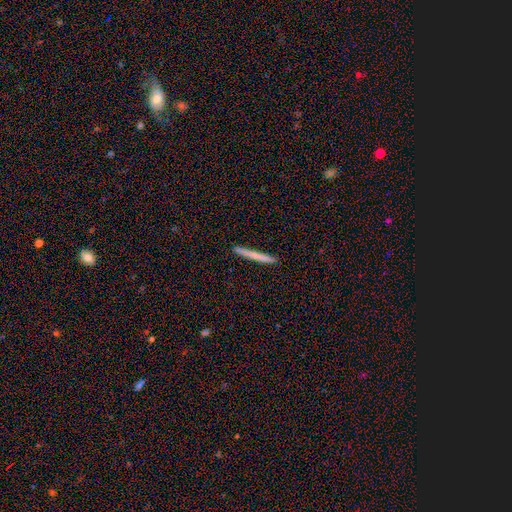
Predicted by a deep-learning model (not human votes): This appears to be a smooth galaxy with no disk features (69%) that is cigar-shaped (97%). Merging: none (91%).